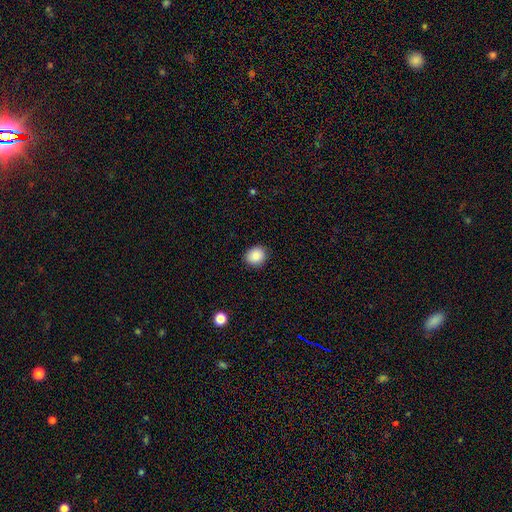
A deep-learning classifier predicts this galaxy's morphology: The model was most divided on "how rounded": round: 72%, in between: 27%, cigar-shaped: 1%. More confident: merging — none (89%); smooth or featured — smooth (88%).